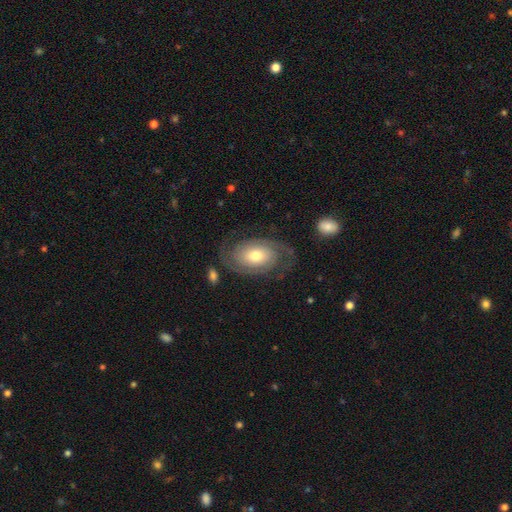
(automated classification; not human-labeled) Smooth or featured? Predicted: featured or disk (p=0.79). Edge-on disk? Predicted: no (p=0.96). Bar? Predicted: no (p=0.70). Spiral arms? Predicted: yes (p=0.93). Spiral winding? Predicted: tight (p=0.52). Spiral arm count? Predicted: 2 (p=0.85). Bulge size? Predicted: moderate (p=0.62). Merging? Predicted: none (p=0.75).